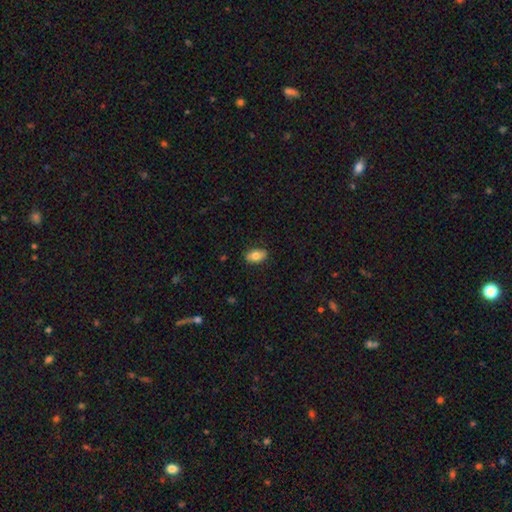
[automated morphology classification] This appears to be a smooth galaxy with no disk features (81%) that is in between round and cigar-shaped (91%). Merging: none (86%).